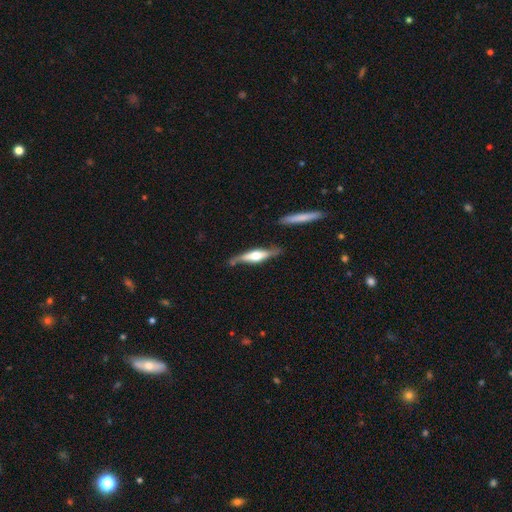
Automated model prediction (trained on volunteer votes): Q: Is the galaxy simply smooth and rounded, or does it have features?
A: featured or disk — 65%.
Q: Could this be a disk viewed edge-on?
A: yes — 93%.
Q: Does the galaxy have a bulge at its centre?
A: rounded — 81%.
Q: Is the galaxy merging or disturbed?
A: none — 74%.